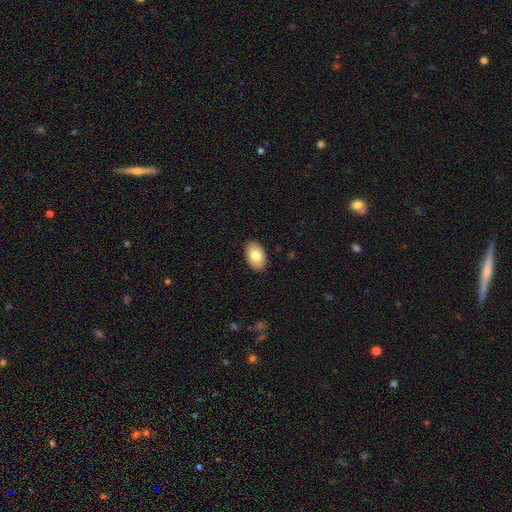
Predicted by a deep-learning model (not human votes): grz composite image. It shows a smooth galaxy with no disk features (82%) that is in between round and cigar-shaped (93%). Merging: none (89%).